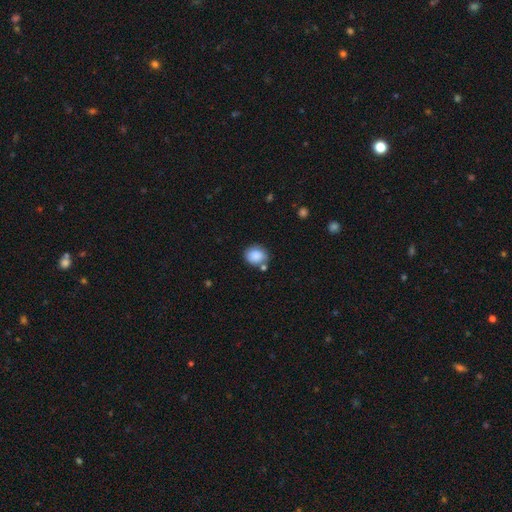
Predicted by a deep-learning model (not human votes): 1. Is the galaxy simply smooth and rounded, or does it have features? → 86% smooth, 8% star or artifact, 6% featured or disk.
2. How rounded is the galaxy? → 66% round, 33% in between, 1% cigar-shaped.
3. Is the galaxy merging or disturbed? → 66% none, 18% minor disturbance, 11% merger, 5% major disturbance.